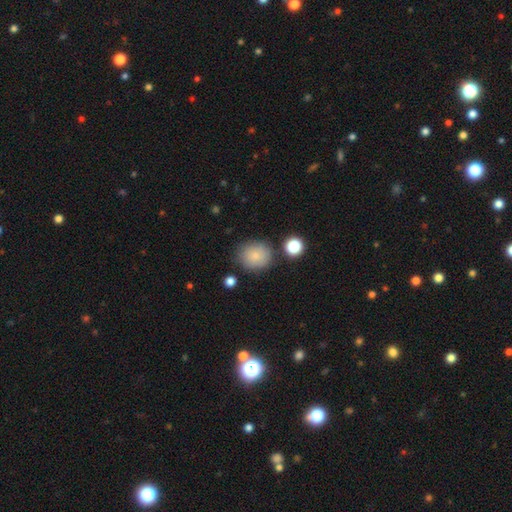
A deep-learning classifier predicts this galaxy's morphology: smooth 81%, star or artifact 10%, featured or disk 9%. Down the decision tree: how rounded — round (83%); merging — none (77%).